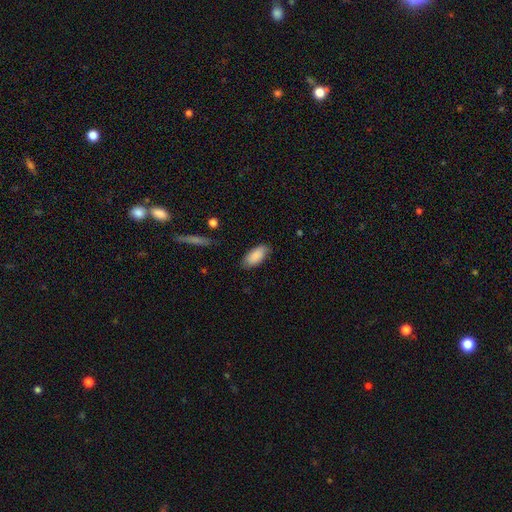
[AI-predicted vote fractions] Smooth or featured? Predicted: smooth (p=0.86). How rounded? Predicted: in between (p=0.91). Merging? Predicted: none (p=0.79).